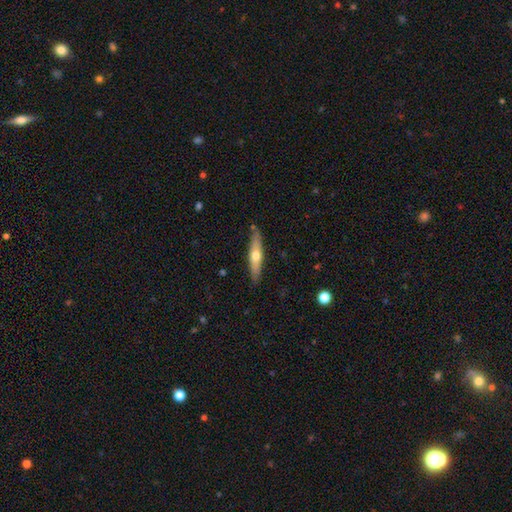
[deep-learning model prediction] Morphology: type=featured or disk (48%); merging=none (85%).